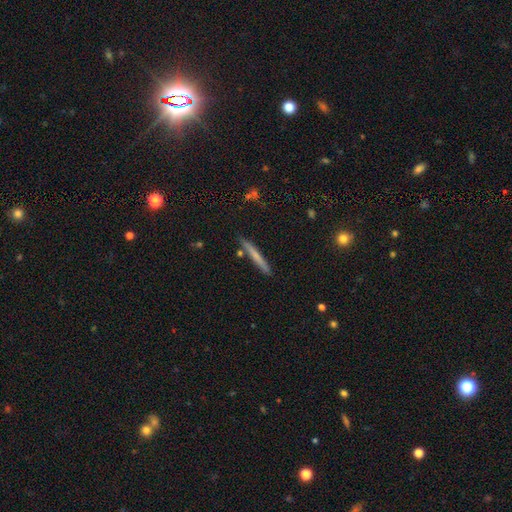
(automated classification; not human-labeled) Morphology: type=smooth (60%); roundness=cigar-shaped (96%); merging=none (88%).